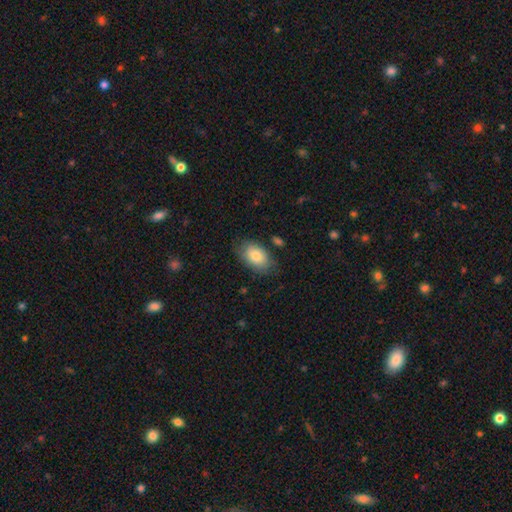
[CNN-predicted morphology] A smooth galaxy with no disk features (82%) that is in between round and cigar-shaped (91%).

Vote fractions:
- Smooth or featured? smooth: 82% / featured or disk: 11% / star or artifact: 7%
- How rounded? in between: 91% / round: 7% / cigar-shaped: 1%
- Merging? none: 76% / minor disturbance: 17% / major disturbance: 4% / merger: 2%